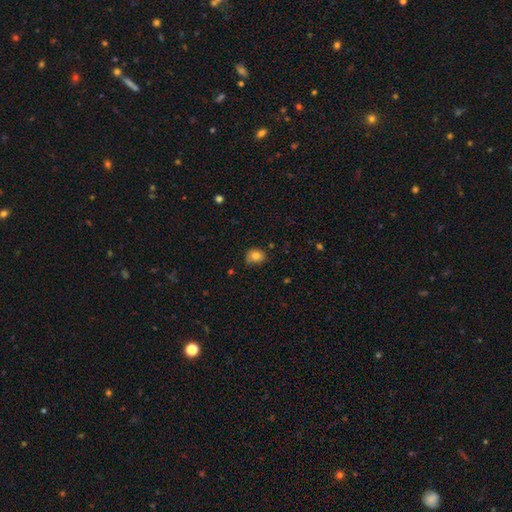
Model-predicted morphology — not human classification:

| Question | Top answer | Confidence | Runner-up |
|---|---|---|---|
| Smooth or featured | smooth | 82% | star or artifact (10%) |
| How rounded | round | 55% | in between (44%) |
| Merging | none | 69% | minor disturbance (25%) |